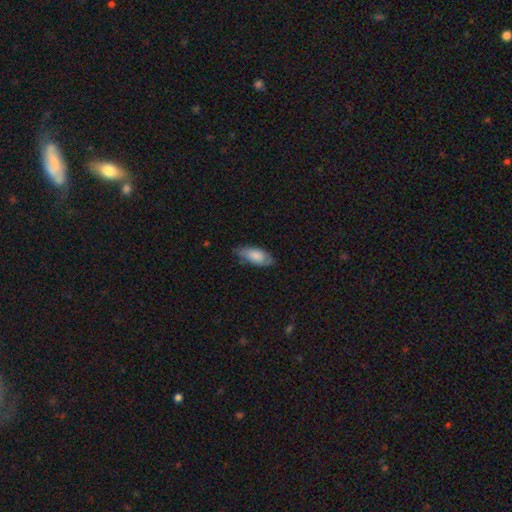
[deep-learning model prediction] Morphology: type=smooth (77%); roundness=in between (87%); merging=none (66%).